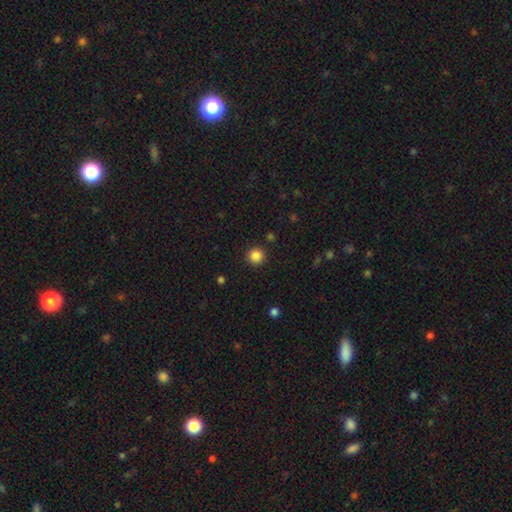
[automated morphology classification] smooth_or_featured: smooth (p=0.86) [alt: star or artifact p=0.11]
how_rounded: round (p=0.95) [alt: in between p=0.04]
merging: none (p=0.92) [alt: minor disturbance p=0.05]